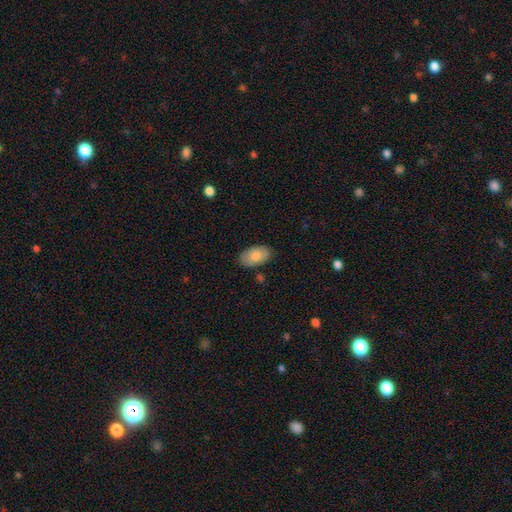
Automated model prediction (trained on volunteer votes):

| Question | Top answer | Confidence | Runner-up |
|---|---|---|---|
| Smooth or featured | smooth | 77% | featured or disk (17%) |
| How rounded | in between | 94% | round (5%) |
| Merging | none | 81% | minor disturbance (14%) |